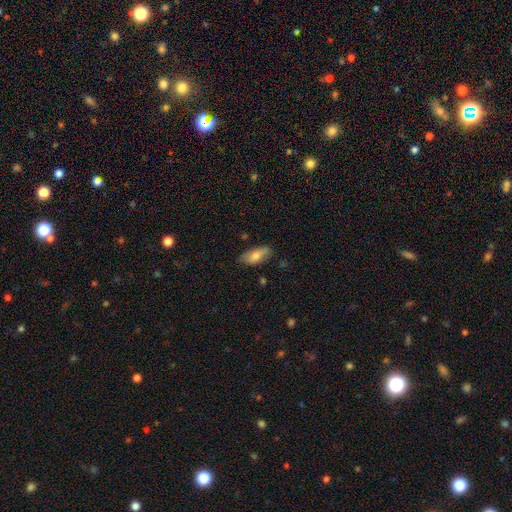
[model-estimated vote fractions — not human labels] Overall: smooth (74%). How rounded: in between (85%). Merging: none (77%).